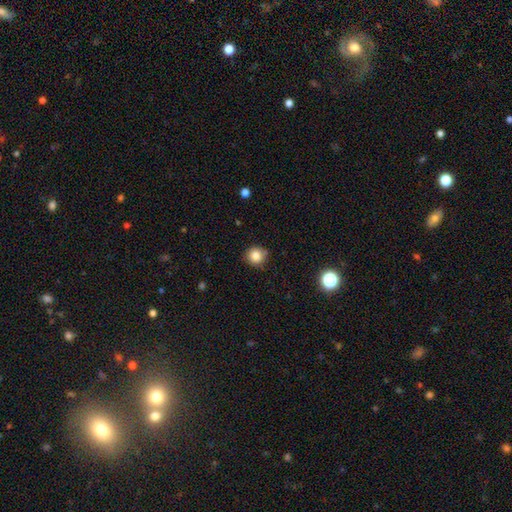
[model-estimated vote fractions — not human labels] Smooth or featured? Predicted: smooth (p=0.83). How rounded? Predicted: round (p=0.90). Merging? Predicted: none (p=0.86).